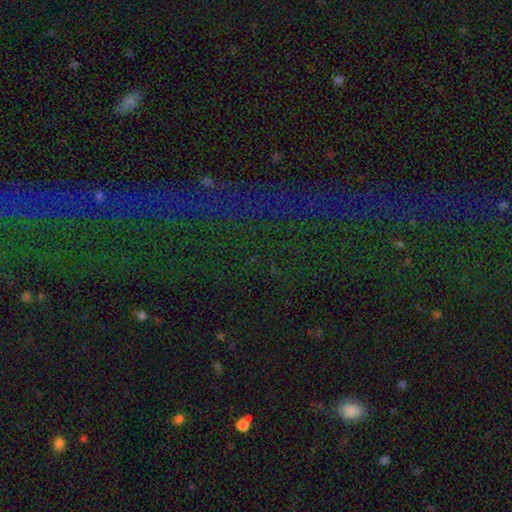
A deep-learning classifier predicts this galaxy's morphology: A star or artifact, not a galaxy (74%).